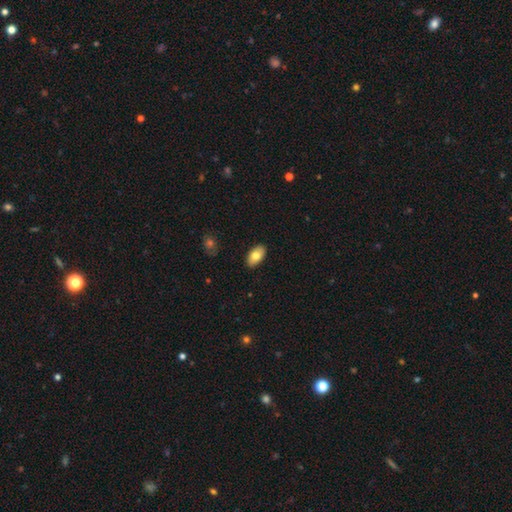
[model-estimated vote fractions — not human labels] smooth 77%, featured or disk 16%, star or artifact 7%. Down the decision tree: how rounded — in between (94%); merging — none (89%).